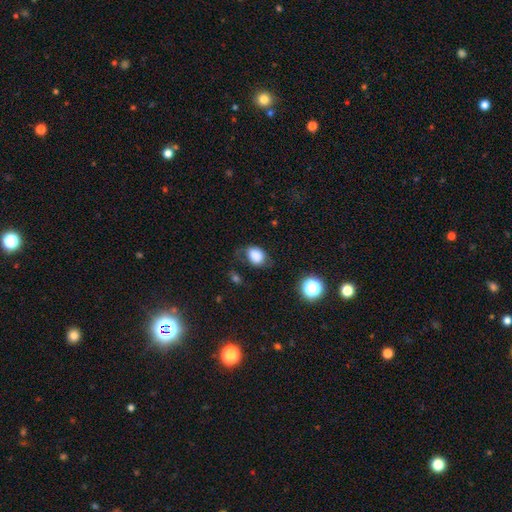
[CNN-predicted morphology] Smooth or featured?
  - smooth: 83% *
  - star or artifact: 10%
  - featured or disk: 7%
How rounded?
  - in between: 63% *
  - round: 36%
  - cigar-shaped: 1%
Merging?
  - none: 57% *
  - minor disturbance: 26%
  - major disturbance: 14%
  - merger: 3%